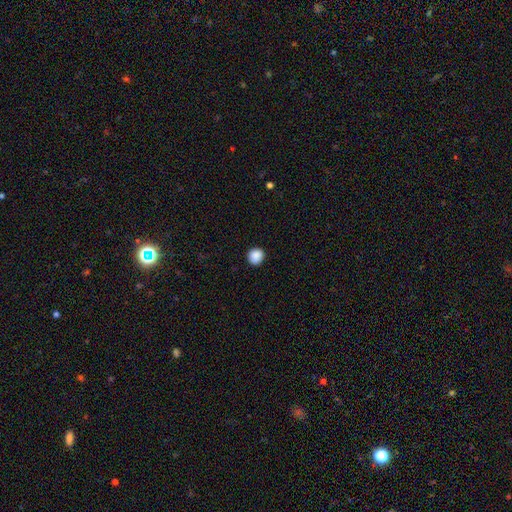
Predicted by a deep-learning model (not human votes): Smooth or featured? smooth (89%)
How rounded? round (91%)
Merging? none (91%)